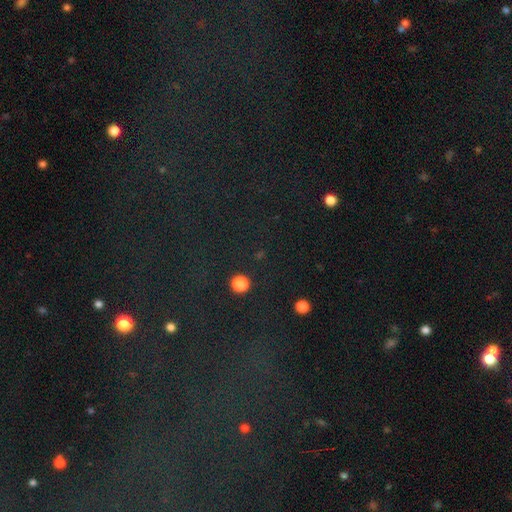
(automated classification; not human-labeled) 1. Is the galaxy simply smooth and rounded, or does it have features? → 76% star or artifact, 15% smooth, 9% featured or disk.